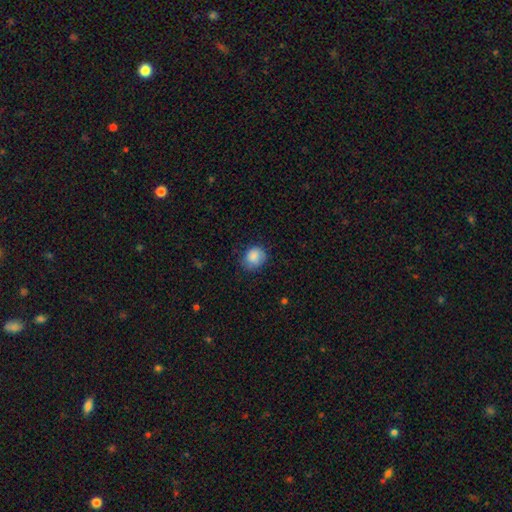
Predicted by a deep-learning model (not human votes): Smooth or featured? Predicted: smooth (p=0.87). How rounded? Predicted: round (p=0.74). Merging? Predicted: none (p=0.74).